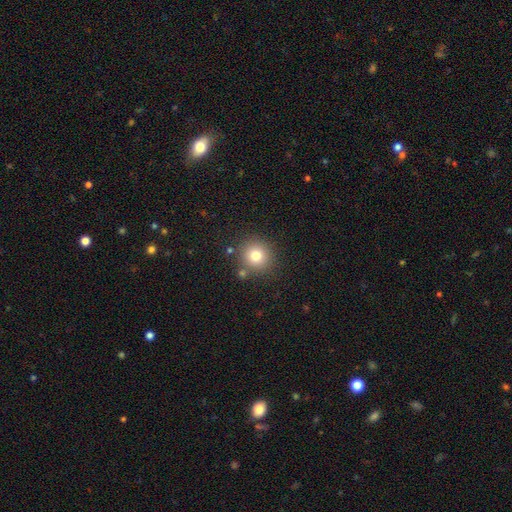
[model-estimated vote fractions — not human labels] smooth-or-featured: smooth: 77% | star or artifact: 14% | featured or disk: 10%
  how-rounded: round: 92% | in between: 7% | cigar-shaped: 1%
  merging: none: 83% | minor disturbance: 8% | merger: 6% | major disturbance: 3%